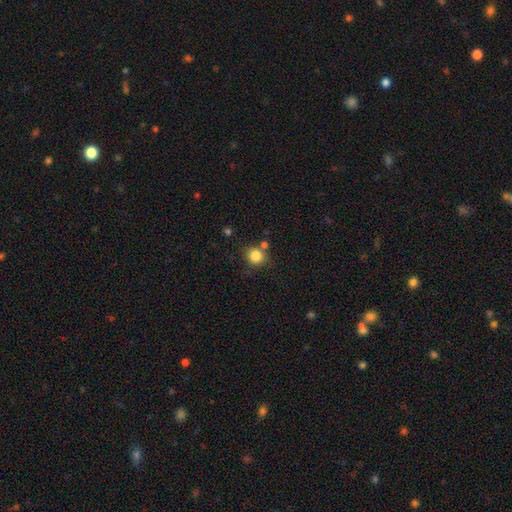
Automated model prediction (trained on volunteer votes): This is clearly a smooth galaxy (83%). How rounded: clearly round (89%). Merging: likely none (74%).